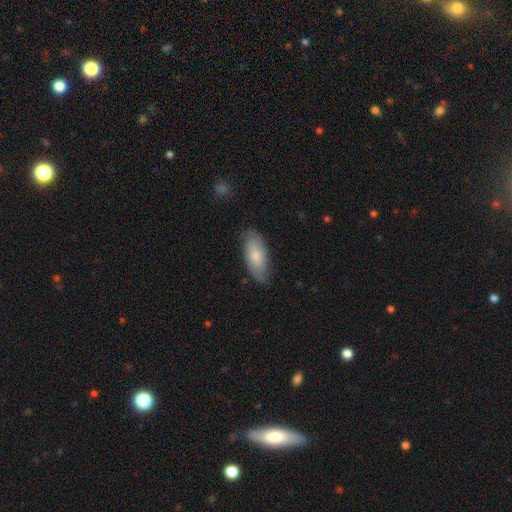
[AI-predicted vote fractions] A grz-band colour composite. It shows a smooth galaxy with no disk features (70%) that is in between round and cigar-shaped (87%). Merging: none (75%).